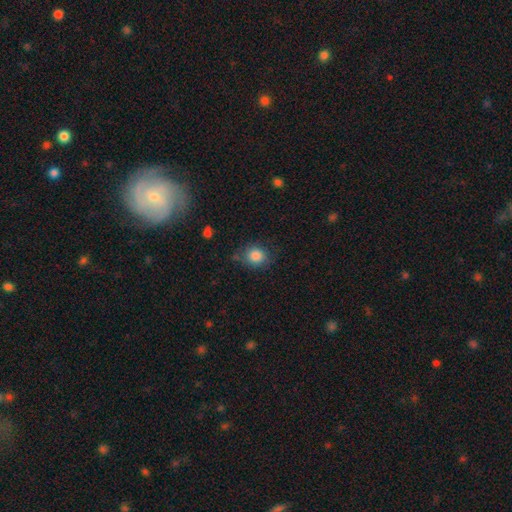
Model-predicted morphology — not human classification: Smooth or featured? smooth (85%)
How rounded? round (74%)
Merging? none (73%)